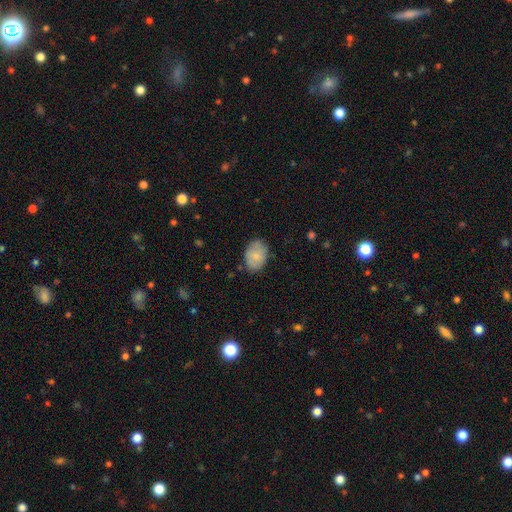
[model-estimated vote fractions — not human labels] smooth-or-featured: smooth: 77% | featured or disk: 16% | star or artifact: 6%
  how-rounded: in between: 80% | round: 19% | cigar-shaped: 1%
  merging: none: 78% | minor disturbance: 17% | major disturbance: 4% | merger: 1%